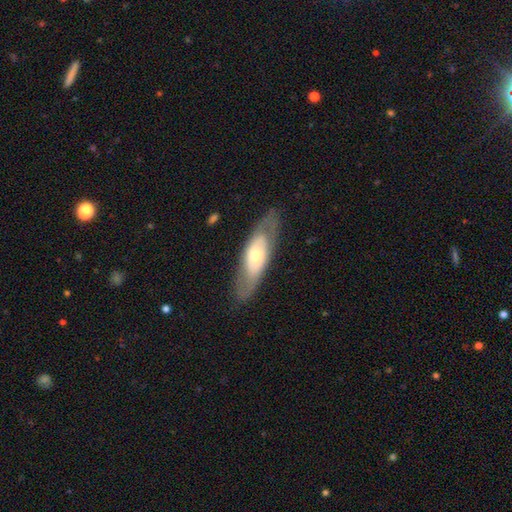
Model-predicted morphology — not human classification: A featured or disk galaxy (58%).

Vote fractions:
- Smooth or featured? featured or disk: 58% / smooth: 37% / star or artifact: 6%
- Edge-on disk? no: 73% / yes: 27%
- Merging? none: 78% / minor disturbance: 14% / major disturbance: 7% / merger: 1%